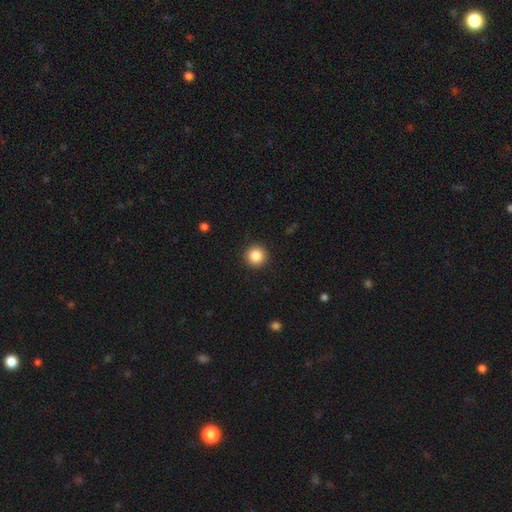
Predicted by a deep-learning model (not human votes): Smooth or featured? Predicted: smooth (p=0.86). How rounded? Predicted: round (p=0.96). Merging? Predicted: none (p=0.92).